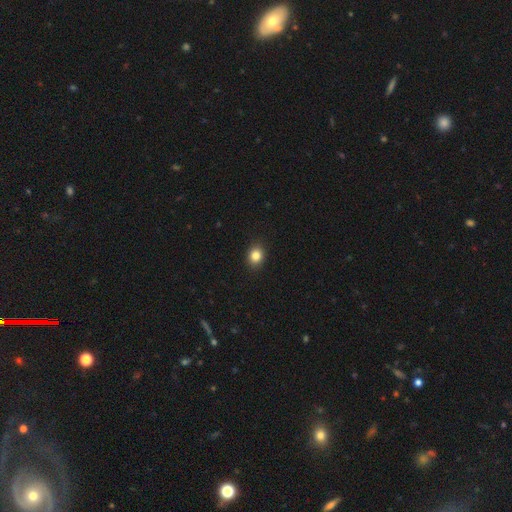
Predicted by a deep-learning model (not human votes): Q: Smooth or featured?
A: smooth (84%); runner-up: star or artifact (11%)
Q: How rounded?
A: round (60%); runner-up: in between (39%)
Q: Merging?
A: none (90%); runner-up: minor disturbance (7%)